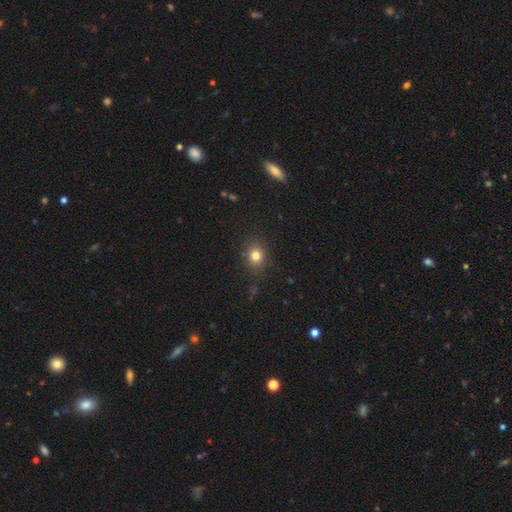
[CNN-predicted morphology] type=smooth (80%); roundness=round (68%); merging=none (85%).